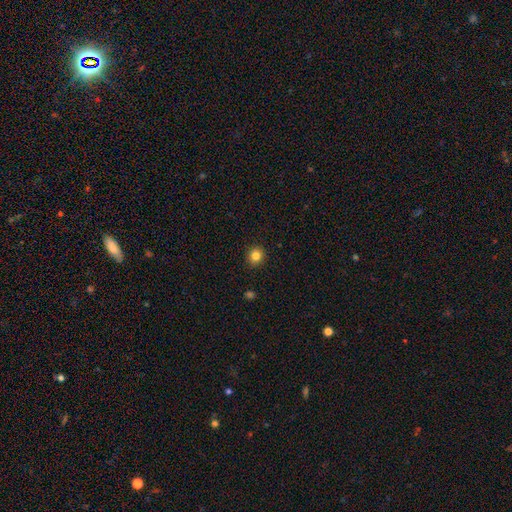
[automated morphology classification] This appears to be a smooth galaxy with no disk features (83%) that is round (88%). Merging: none (92%).